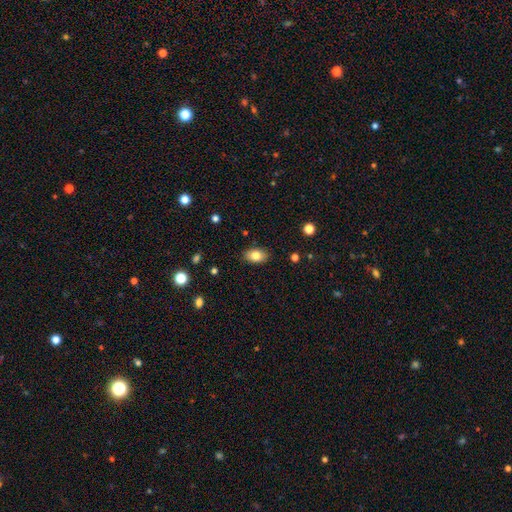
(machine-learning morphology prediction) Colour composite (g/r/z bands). It shows a smooth galaxy with no disk features (82%) that is in between round and cigar-shaped (89%). Merging: none (87%).